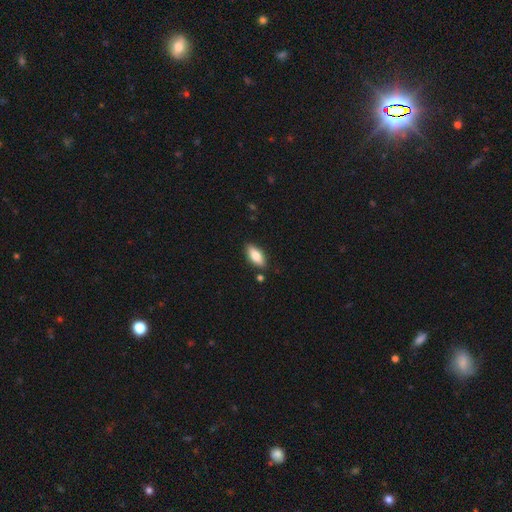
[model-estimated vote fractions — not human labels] A smooth galaxy with no disk features (79%) that is in between round and cigar-shaped (83%).

Vote fractions:
- Smooth or featured? smooth: 79% / featured or disk: 15% / star or artifact: 6%
- How rounded? in between: 83% / cigar-shaped: 15% / round: 2%
- Merging? none: 86% / minor disturbance: 10% / merger: 2% / major disturbance: 2%